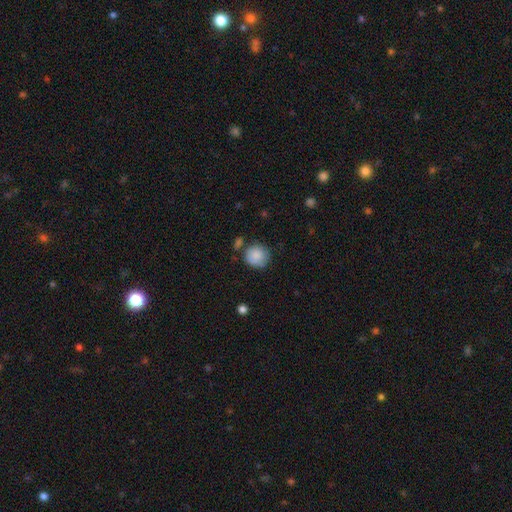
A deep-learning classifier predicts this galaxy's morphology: The model was most divided on "merging": none: 73%, minor disturbance: 16%, merger: 7%, major disturbance: 4%. More confident: how rounded — round (91%); smooth or featured — smooth (87%).